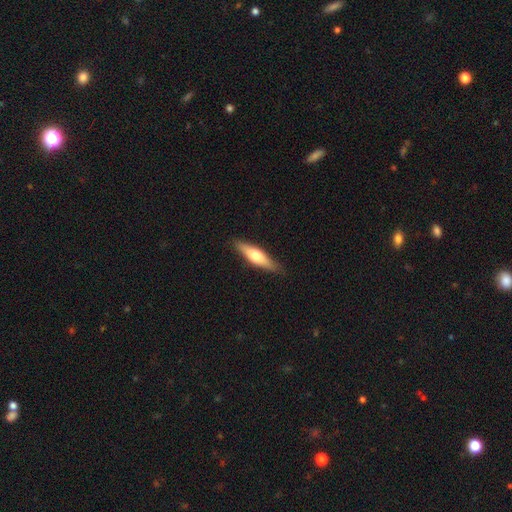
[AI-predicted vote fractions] Smooth or featured: smooth — 48% (featured or disk — 47%)
Merging: none — 86% (minor disturbance — 11%)